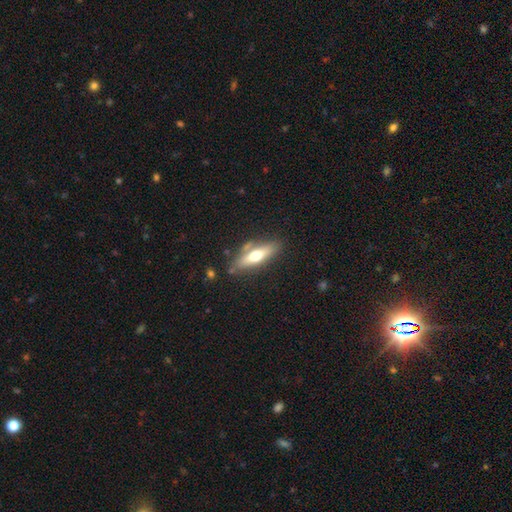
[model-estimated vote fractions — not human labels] Smooth or featured? smooth (52%)
How rounded? cigar-shaped (56%)
Merging? none (74%)